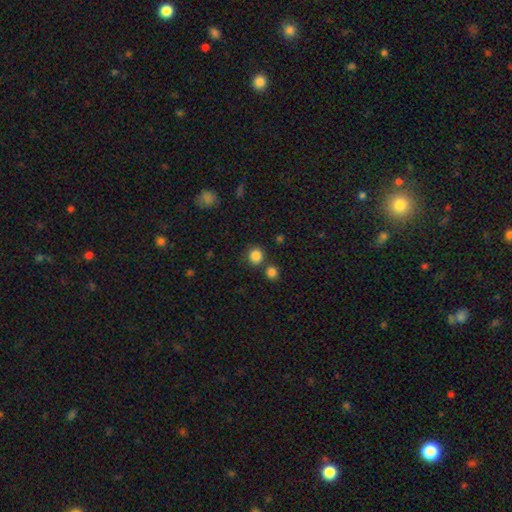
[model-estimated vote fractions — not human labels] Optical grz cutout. It shows a smooth galaxy with no disk features (85%) that is round (89%). Merging: none (77%).